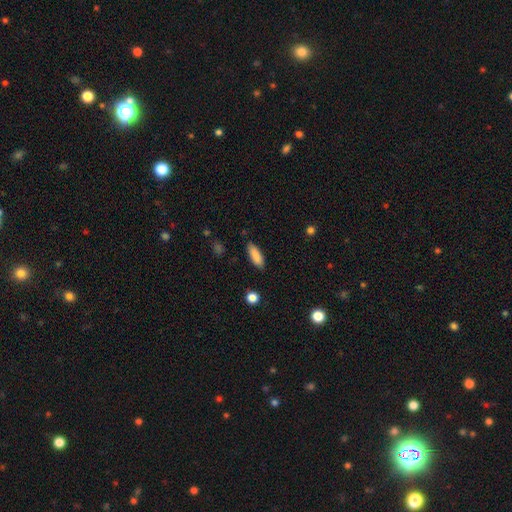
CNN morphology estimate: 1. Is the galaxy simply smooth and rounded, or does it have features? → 88% smooth, 7% star or artifact, 5% featured or disk.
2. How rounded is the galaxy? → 64% in between, 35% cigar-shaped, 2% round.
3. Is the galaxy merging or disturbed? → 86% none, 11% minor disturbance, 2% major disturbance, 1% merger.